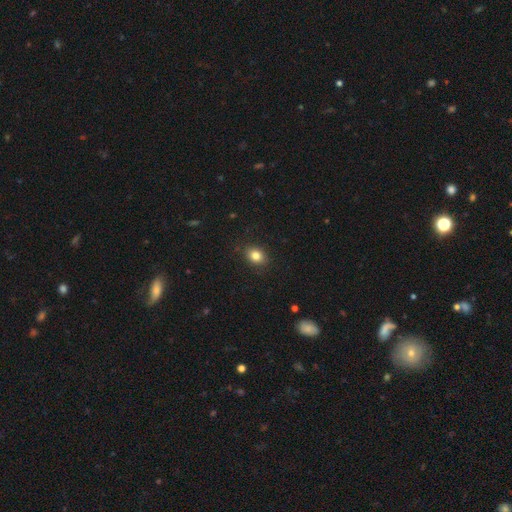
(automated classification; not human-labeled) Smooth or featured? smooth (83%)
How rounded? in between (55%)
Merging? none (87%)